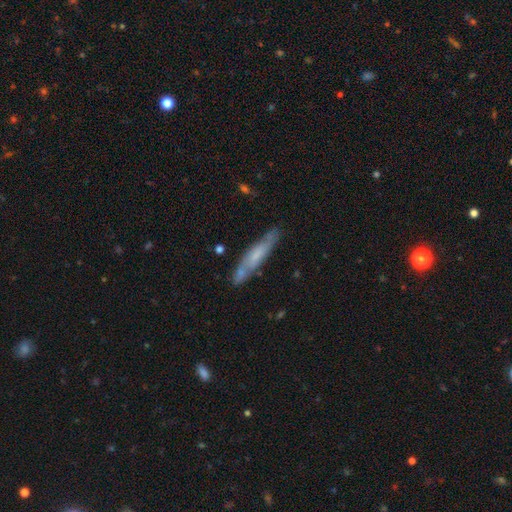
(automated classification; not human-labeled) Q: Smooth or featured?
A: featured or disk (49%); runner-up: smooth (45%)
Q: Merging?
A: none (74%); runner-up: minor disturbance (17%)